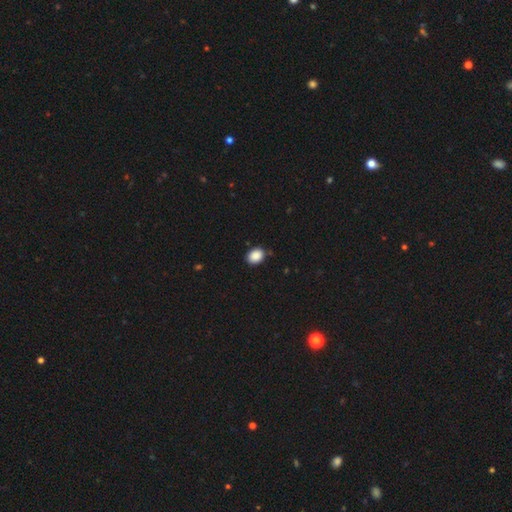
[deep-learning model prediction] Smooth or featured: smooth — 89% (star or artifact — 8%)
How rounded: in between — 62% (round — 37%)
Merging: none — 86% (minor disturbance — 11%)